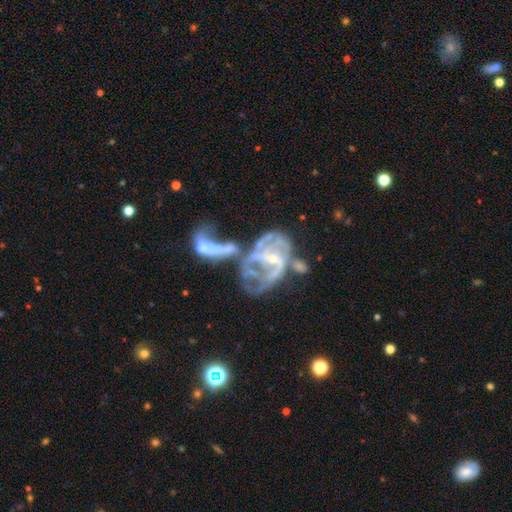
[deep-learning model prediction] Morphology: type=featured or disk (81%); edge-on=no (96%); bar=weak (41%); spiral arms=yes (85%); winding=medium (41%); arm count=2 (49%); bulge=small (58%); merging=merger (63%).